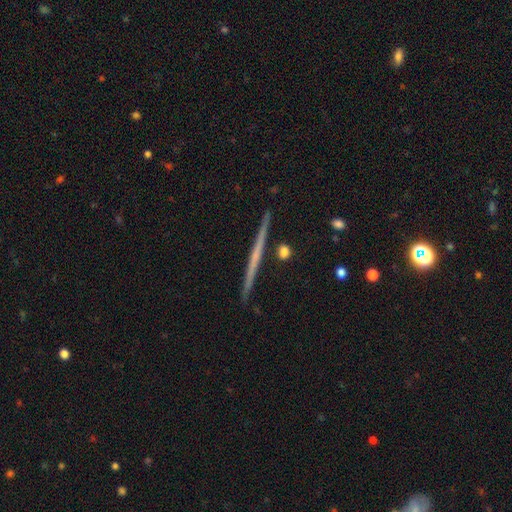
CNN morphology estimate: Smooth or featured? featured or disk (64%)
Edge-on disk? yes (98%)
Edge-on bulge? none (83%)
Merging? none (91%)